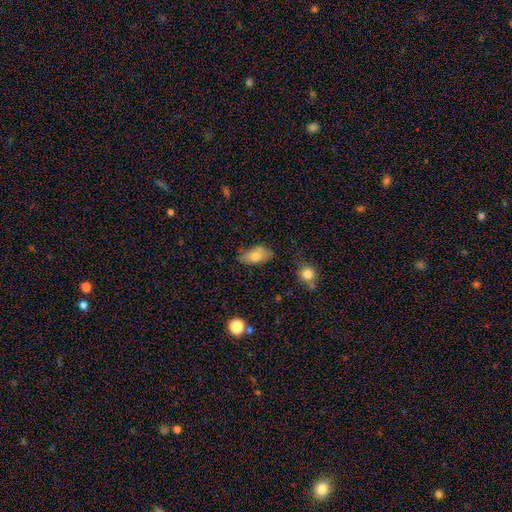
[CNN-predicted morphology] A smooth galaxy with no disk features (74%) that is in between round and cigar-shaped (90%).

Vote fractions:
- Smooth or featured? smooth: 74% / featured or disk: 18% / star or artifact: 8%
- How rounded? in between: 90% / cigar-shaped: 5% / round: 5%
- Merging? none: 69% / minor disturbance: 21% / merger: 5% / major disturbance: 5%